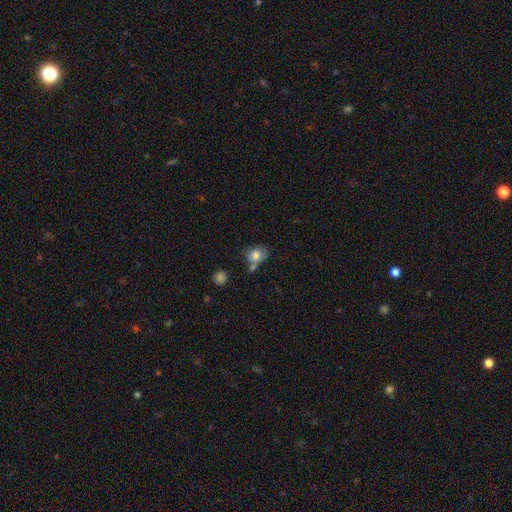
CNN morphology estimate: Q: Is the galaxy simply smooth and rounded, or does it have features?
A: smooth — 78%.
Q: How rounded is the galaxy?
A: round — 51%.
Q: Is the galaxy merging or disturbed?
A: none — 51%.